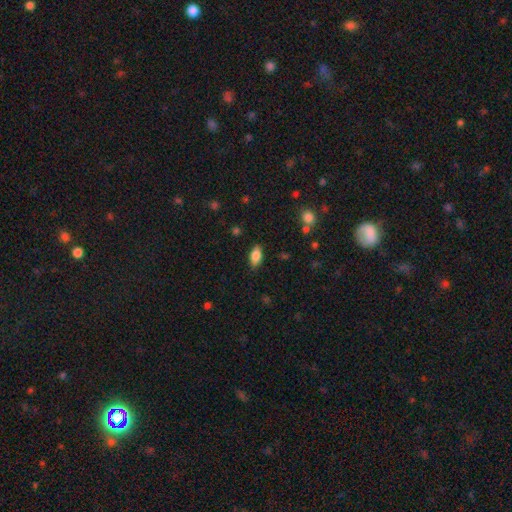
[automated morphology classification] Smooth or featured: smooth — 80% (featured or disk — 12%)
How rounded: in between — 88% (cigar-shaped — 8%)
Merging: none — 82% (minor disturbance — 13%)